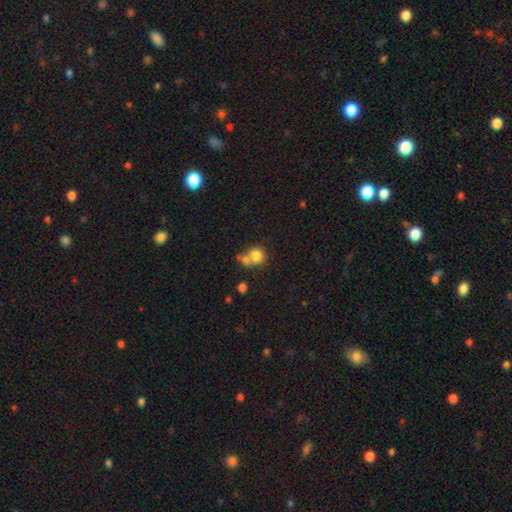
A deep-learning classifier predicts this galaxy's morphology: type=smooth (79%); roundness=round (84%); merging=none (44%).